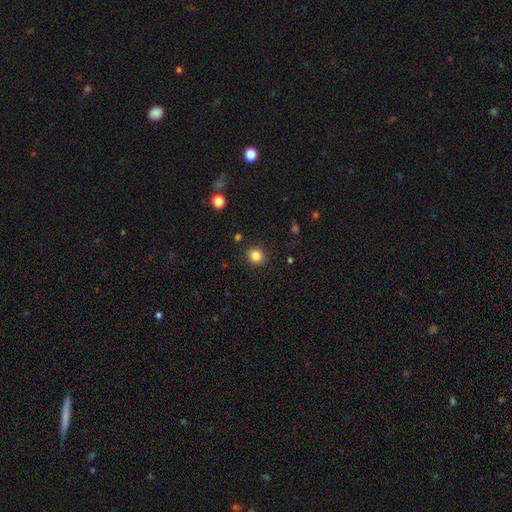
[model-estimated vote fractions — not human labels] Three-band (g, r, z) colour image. It shows a smooth galaxy with no disk features (84%) that is round (89%). Merging: none (91%).